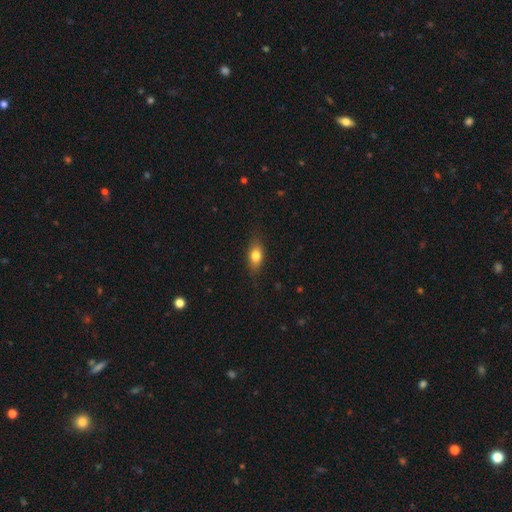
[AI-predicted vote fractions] Smooth or featured?
  - smooth: 78% *
  - featured or disk: 14%
  - star or artifact: 8%
How rounded?
  - in between: 80% *
  - round: 10%
  - cigar-shaped: 9%
Merging?
  - none: 81% *
  - minor disturbance: 15%
  - major disturbance: 3%
  - merger: 1%